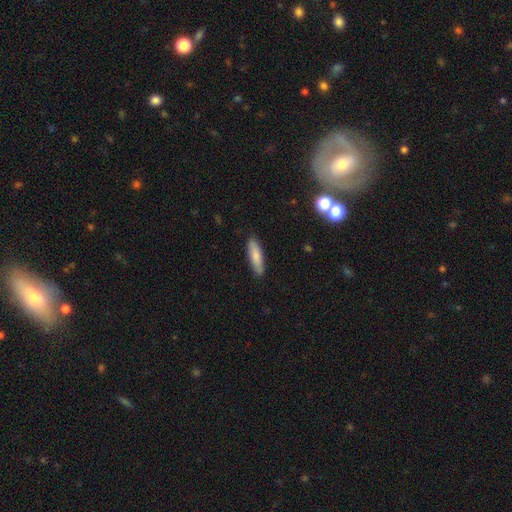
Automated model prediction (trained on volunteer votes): Smooth or featured? Predicted: smooth (p=0.81). How rounded? Predicted: cigar-shaped (p=0.62). Merging? Predicted: none (p=0.87).